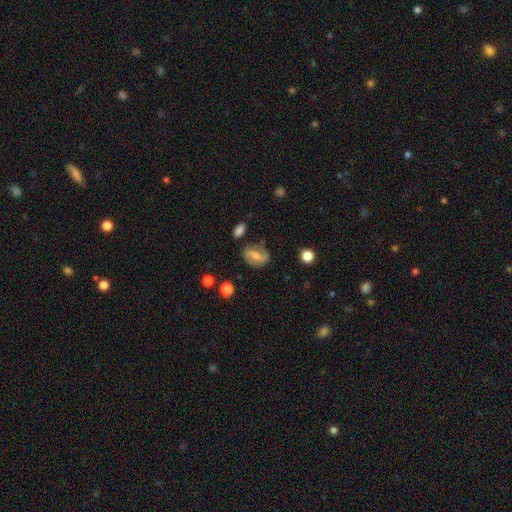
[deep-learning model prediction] Overall: featured or disk (59%; smooth 33%). Edge-on disk: no (95%). Bar: weak (41%; strong 34%). Spiral arms: yes (82%). Bulge size: moderate (50%; small 39%). Merging: none (67%).